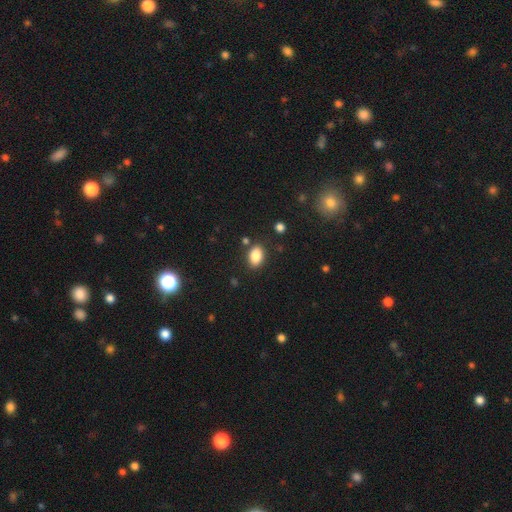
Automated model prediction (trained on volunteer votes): This appears to be a smooth galaxy with no disk features (86%) that is in between round and cigar-shaped (83%). Merging: none (82%).